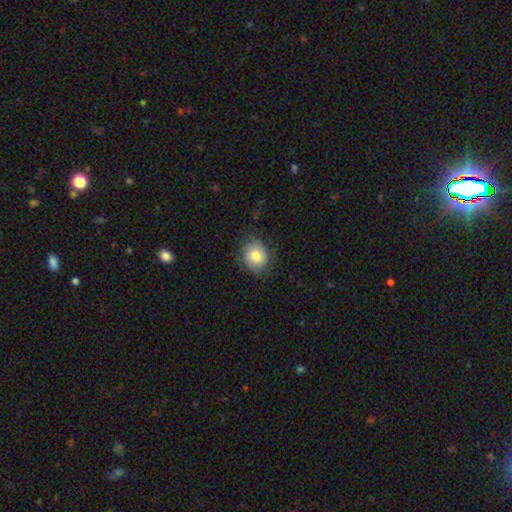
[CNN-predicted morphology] Smooth or featured? smooth (77%)
How rounded? round (63%)
Merging? none (71%)